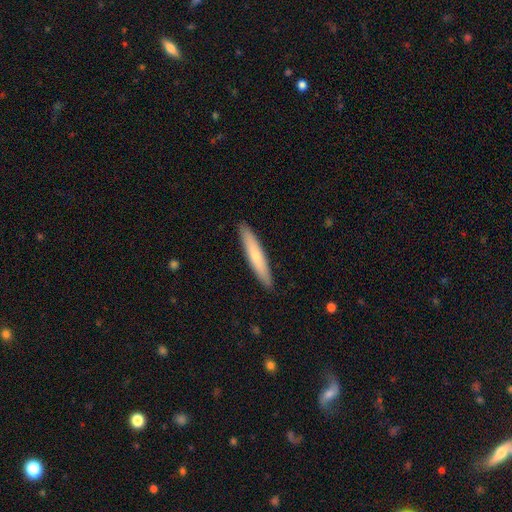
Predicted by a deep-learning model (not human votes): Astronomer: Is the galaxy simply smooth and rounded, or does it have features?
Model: smooth — 64%.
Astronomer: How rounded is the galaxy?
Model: cigar-shaped — 93%.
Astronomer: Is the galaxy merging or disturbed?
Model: none — 91%.